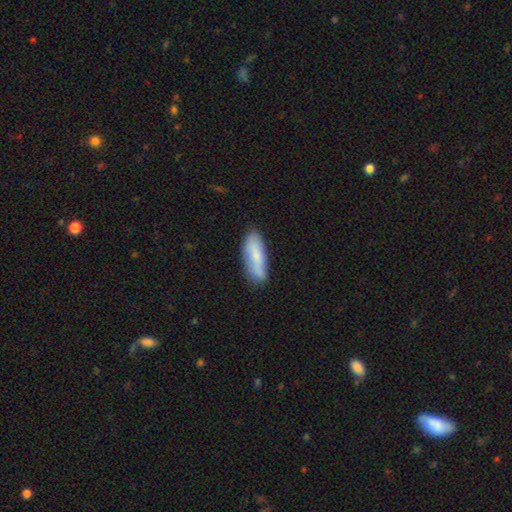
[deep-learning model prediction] Smooth or featured? smooth (74%)
How rounded? in between (57%)
Merging? none (75%)